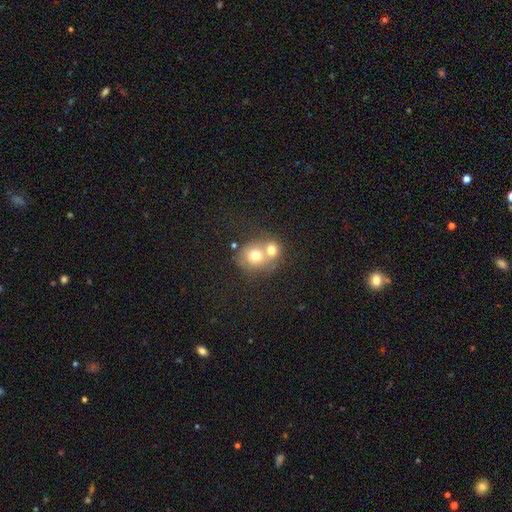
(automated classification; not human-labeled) smooth-or-featured: smooth: 69% | featured or disk: 20% | star or artifact: 11%
  how-rounded: round: 79% | in between: 20% | cigar-shaped: 1%
  merging: merger: 61% | none: 29% | minor disturbance: 6% | major disturbance: 3%